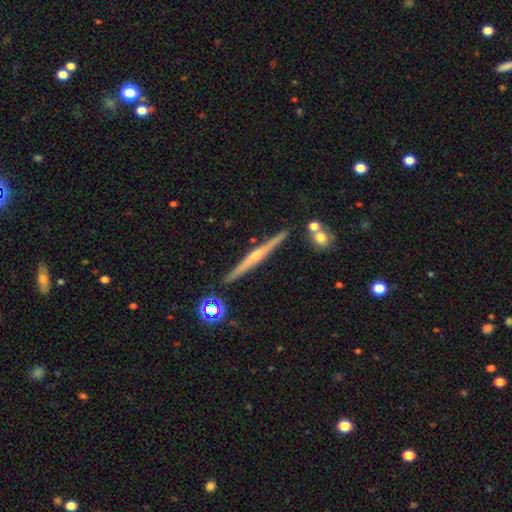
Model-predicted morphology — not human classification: smooth-or-featured: featured or disk: 80% | smooth: 13% | star or artifact: 6%
  disk-edge-on: yes: 98% | no: 2%
    edge-on-bulge: rounded: 82% | none: 14% | boxy: 4%
  merging: none: 90% | minor disturbance: 6% | merger: 3% | major disturbance: 1%